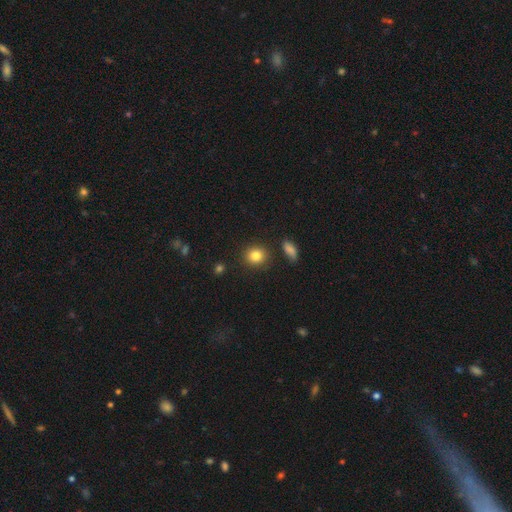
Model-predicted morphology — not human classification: Overall: smooth (83%). How rounded: round (81%). Merging: none (86%).